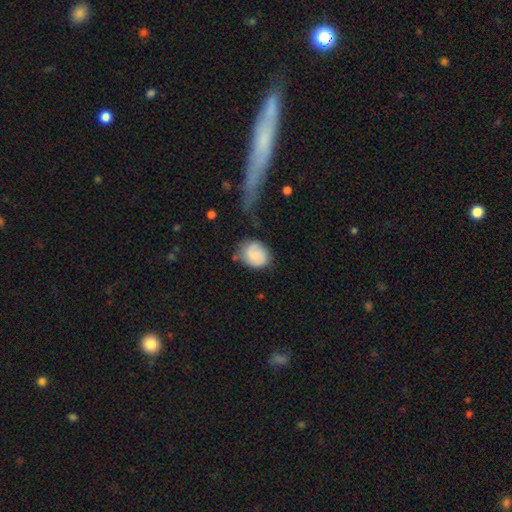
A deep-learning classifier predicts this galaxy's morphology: Overall: smooth (58%; featured or disk 34%). How rounded: round (59%; in between 40%). Merging: none (63%; minor disturbance 24%).